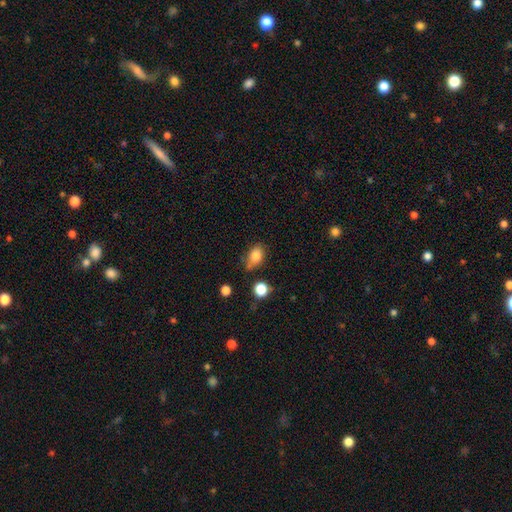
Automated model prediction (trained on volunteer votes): smooth_or_featured: smooth (p=0.82) [alt: star or artifact p=0.10]
how_rounded: in between (p=0.77) [alt: round p=0.21]
merging: none (p=0.59) [alt: minor disturbance p=0.27]